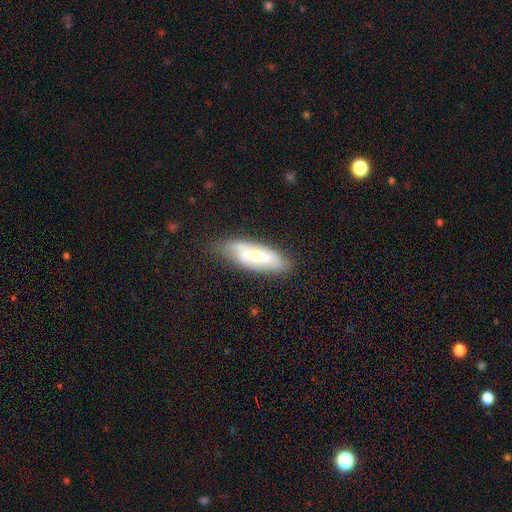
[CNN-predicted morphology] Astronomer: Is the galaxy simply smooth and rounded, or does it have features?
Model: featured or disk — 54% (runner-up: smooth, 40%).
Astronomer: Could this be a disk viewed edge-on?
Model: no — 78%.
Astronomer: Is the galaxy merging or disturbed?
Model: none — 69%.